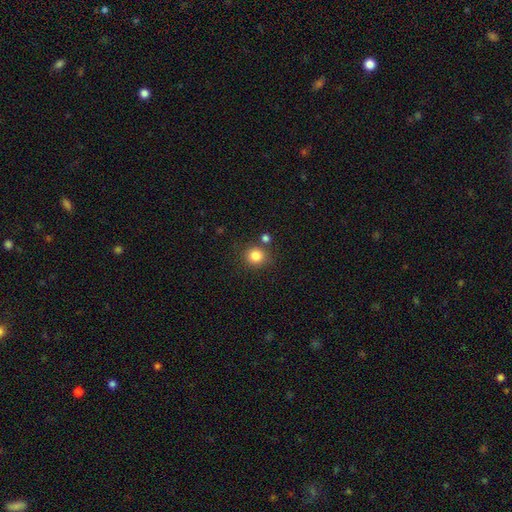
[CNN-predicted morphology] Smooth or featured?
  - smooth: 83% *
  - star or artifact: 12%
  - featured or disk: 5%
How rounded?
  - round: 89% *
  - in between: 10%
  - cigar-shaped: 1%
Merging?
  - none: 78% *
  - merger: 10%
  - minor disturbance: 9%
  - major disturbance: 3%